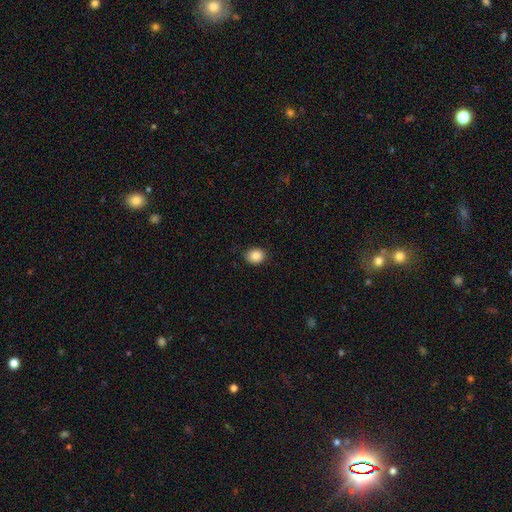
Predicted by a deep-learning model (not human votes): smooth_or_featured: smooth (p=0.86) [alt: star or artifact p=0.09]
how_rounded: round (p=0.57) [alt: in between p=0.42]
merging: none (p=0.85) [alt: minor disturbance p=0.12]